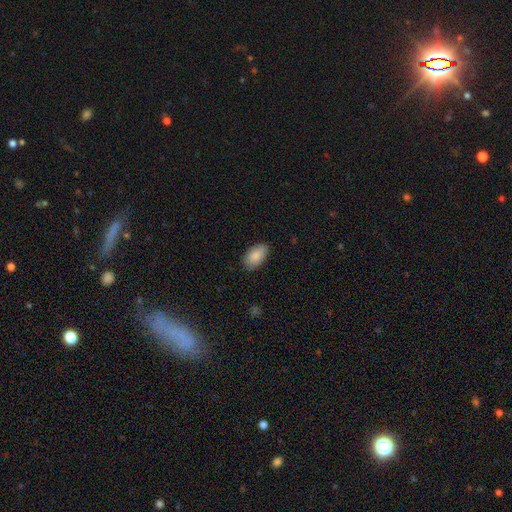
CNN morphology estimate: Smooth or featured? smooth (86%)
How rounded? in between (94%)
Merging? none (84%)